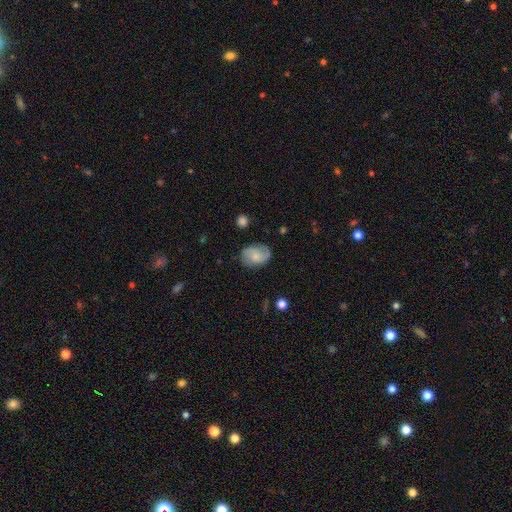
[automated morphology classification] smooth_or_featured: featured or disk (p=0.47) [alt: smooth p=0.45]
merging: none (p=0.75) [alt: minor disturbance p=0.19]